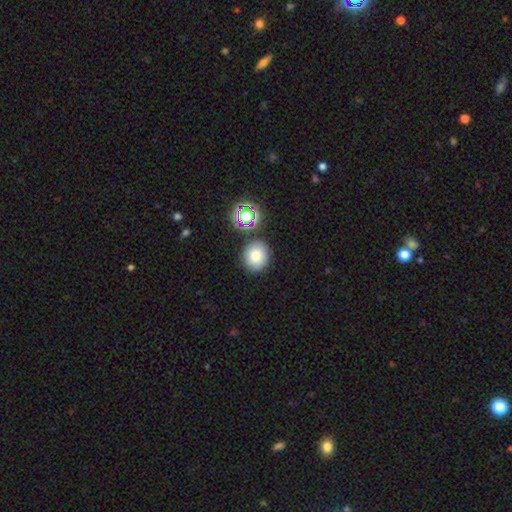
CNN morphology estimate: smooth 78%, star or artifact 14%, featured or disk 8%. Down the decision tree: how rounded — round (78%); merging — none (83%).